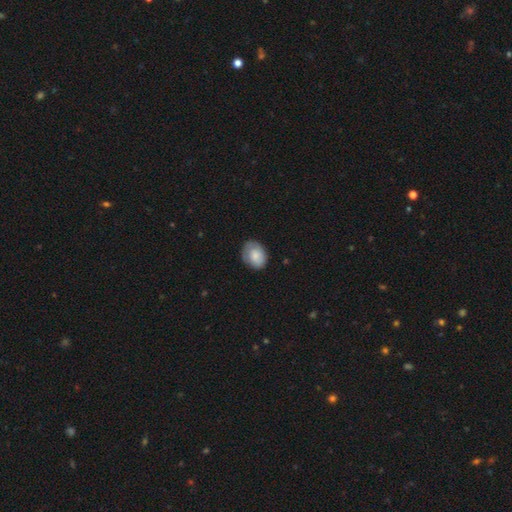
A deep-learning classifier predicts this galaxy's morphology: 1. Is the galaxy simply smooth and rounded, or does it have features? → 79% smooth, 14% featured or disk, 7% star or artifact.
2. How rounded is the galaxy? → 67% in between, 32% round, 1% cigar-shaped.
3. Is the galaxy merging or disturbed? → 72% none, 22% minor disturbance, 5% major disturbance, 1% merger.